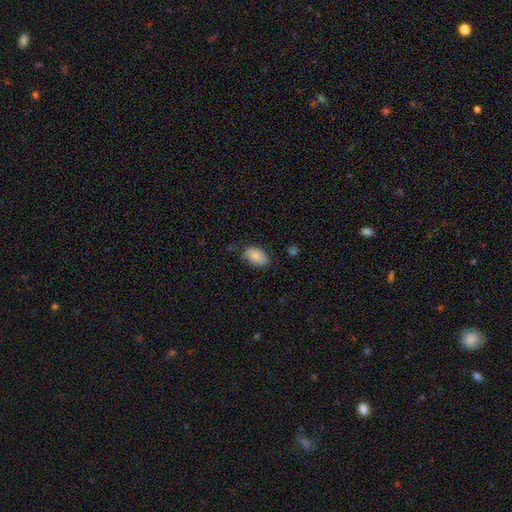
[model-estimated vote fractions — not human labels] smooth_or_featured: smooth (p=0.87) [alt: star or artifact p=0.07]
how_rounded: in between (p=0.93) [alt: round p=0.05]
merging: none (p=0.72) [alt: minor disturbance p=0.22]